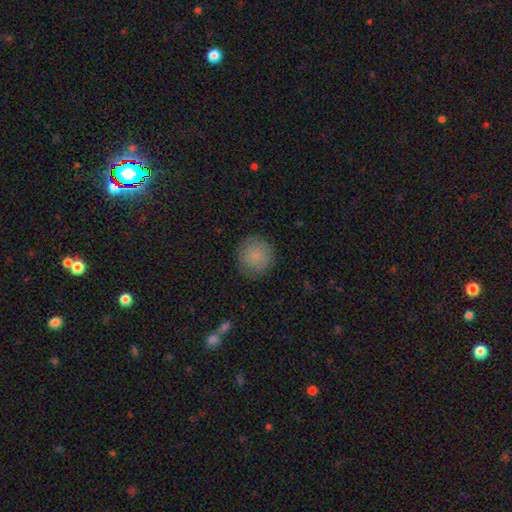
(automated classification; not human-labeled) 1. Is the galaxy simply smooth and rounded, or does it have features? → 83% smooth, 9% featured or disk, 8% star or artifact.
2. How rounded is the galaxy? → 92% round, 7% in between, 1% cigar-shaped.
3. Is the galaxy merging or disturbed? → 83% none, 12% minor disturbance, 3% major disturbance, 1% merger.